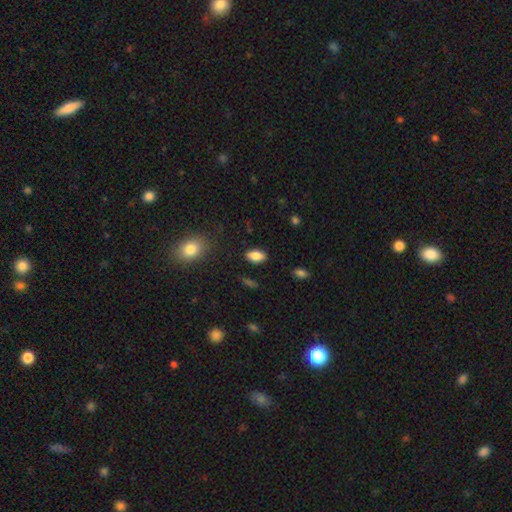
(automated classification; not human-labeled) smooth 85%, star or artifact 8%, featured or disk 7%. Down the decision tree: how rounded — in between (91%); merging — none (86%).